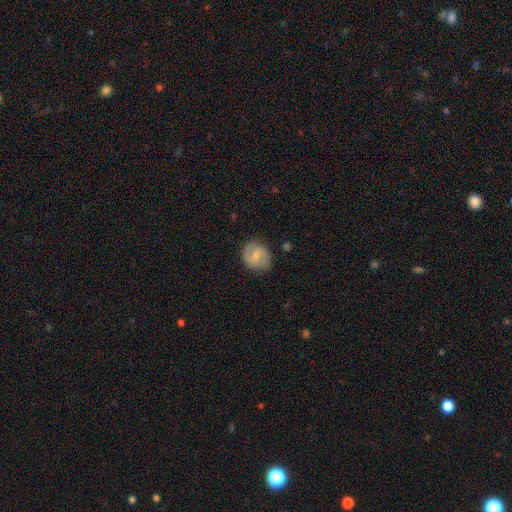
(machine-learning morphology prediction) Smooth or featured? Predicted: featured or disk (p=0.52). Edge-on disk? Predicted: no (p=0.97). Bar? Predicted: weak (p=0.51). Spiral arms? Predicted: yes (p=0.80). Bulge size? Predicted: small (p=0.54). Merging? Predicted: none (p=0.77).